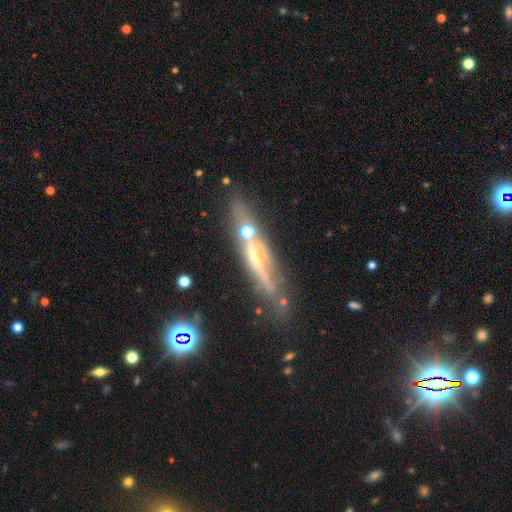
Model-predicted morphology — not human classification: Smooth or featured: featured or disk — 66% (smooth — 22%)
Edge-on disk: yes — 88% (no — 12%)
Edge-on bulge: rounded — 44% (none — 38%)
Merging: none — 68% (minor disturbance — 17%)